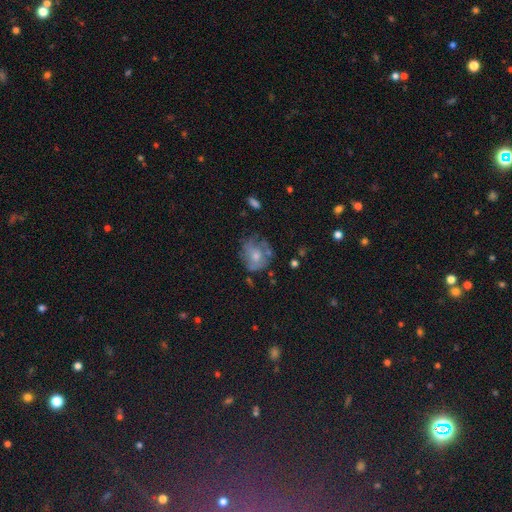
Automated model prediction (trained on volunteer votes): This is possibly a smooth galaxy (49%). Merging: possibly none (45%).